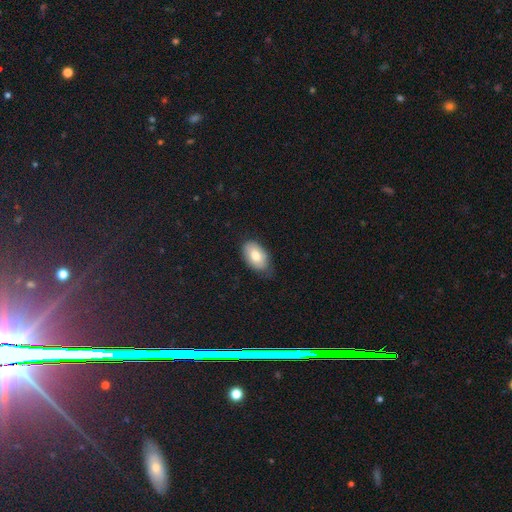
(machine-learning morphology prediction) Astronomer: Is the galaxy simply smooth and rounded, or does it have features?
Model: smooth — 77%.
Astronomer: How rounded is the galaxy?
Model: in between — 93%.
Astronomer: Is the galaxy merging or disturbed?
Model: none — 64%.